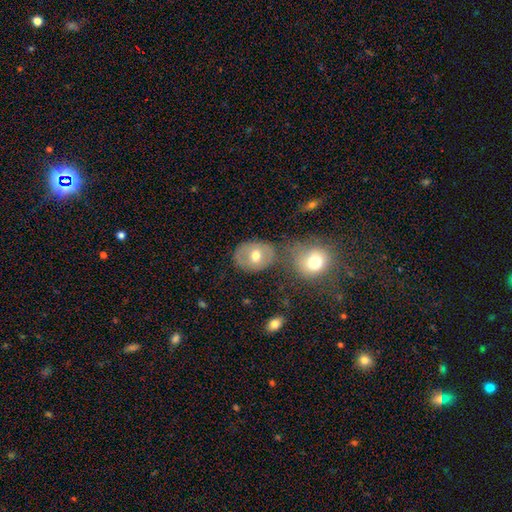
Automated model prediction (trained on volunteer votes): Morphology: type=smooth (56%); roundness=in between (52%); merging=none (61%).